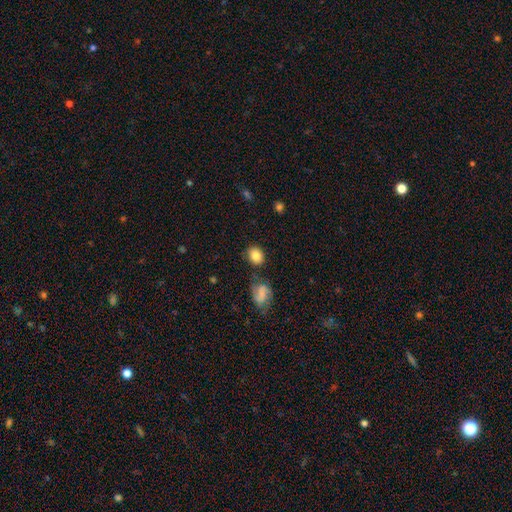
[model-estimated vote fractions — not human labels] The model was most divided on "how rounded": round: 52%, in between: 47%, cigar-shaped: 1%. More confident: smooth or featured — smooth (82%); merging — none (74%).